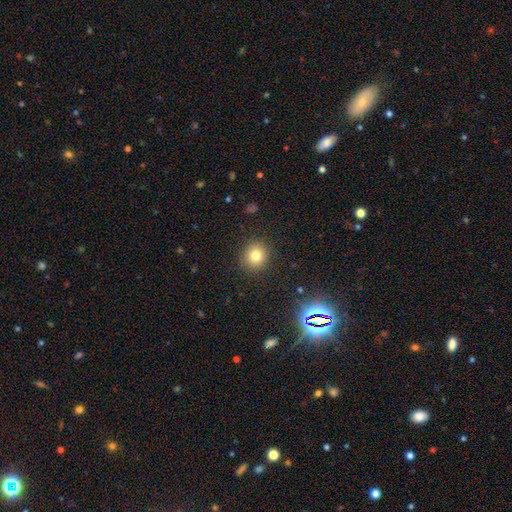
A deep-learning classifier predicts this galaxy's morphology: Smooth or featured? smooth (79%)
How rounded? round (87%)
Merging? none (90%)